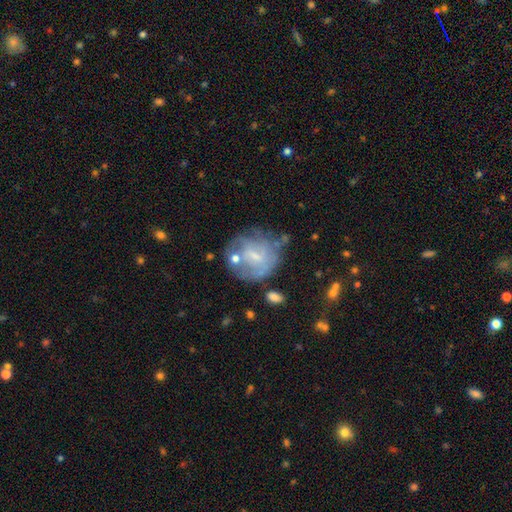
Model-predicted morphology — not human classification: A featured or disk galaxy (54%) with no bar (46%), no spiral arms (53%) and a small central bulge (55%).

Vote fractions:
- Smooth or featured? featured or disk: 54% / smooth: 36% / star or artifact: 10%
- Edge-on disk? no: 96% / yes: 4%
- Bar? no: 46% / weak: 44% / strong: 10%
- Spiral arms? no: 53% / yes: 47%
- Bulge size? small: 55% / moderate: 26% / none: 15% / large: 2% / dominant: 1%
- Merging? none: 51% / minor disturbance: 23% / major disturbance: 16% / merger: 10%